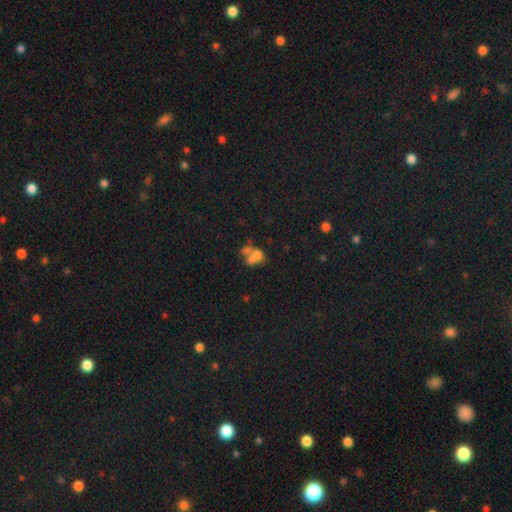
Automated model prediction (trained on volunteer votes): smooth-or-featured: smooth: 59% | featured or disk: 27% | star or artifact: 15%
  how-rounded: in between: 67% | round: 30% | cigar-shaped: 3%
  merging: merger: 60% | none: 20% | major disturbance: 10% | minor disturbance: 9%